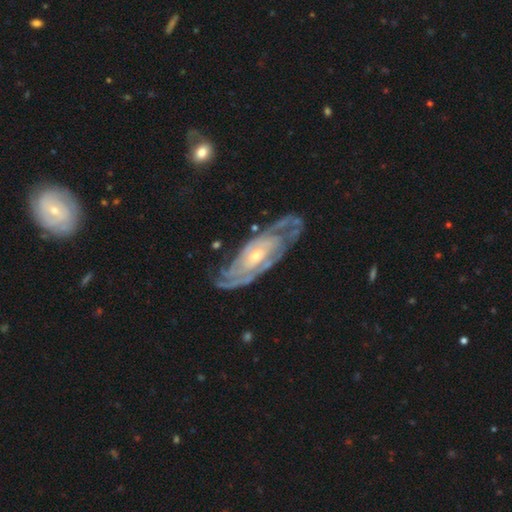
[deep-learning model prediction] Smooth or featured?
  - featured or disk: 89% *
  - smooth: 6%
  - star or artifact: 5%
Edge-on disk?
  - no: 90% *
  - yes: 10%
Bar?
  - no: 58% *
  - weak: 31%
  - strong: 11%
Spiral arms?
  - yes: 96% *
  - no: 4%
Spiral winding?
  - tight: 69% *
  - medium: 25%
  - loose: 5%
Spiral arm count?
  - can't tell: 33% *
  - 2: 28%
  - 3: 17%
  - 4: 10%
  - more than 4: 6%
  - 1: 6%
Bulge size?
  - small: 54% *
  - moderate: 41%
  - large: 2%
  - none: 1%
  - dominant: 1%
Merging?
  - none: 71% *
  - minor disturbance: 19%
  - major disturbance: 8%
  - merger: 2%